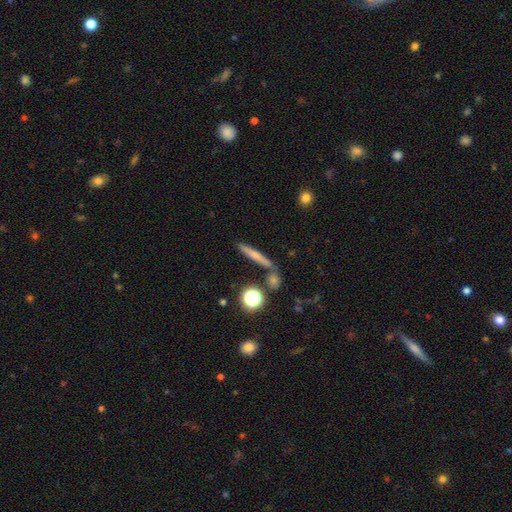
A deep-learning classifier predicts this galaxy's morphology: A smooth galaxy with no disk features (55%) that is cigar-shaped (85%).

Vote fractions:
- Smooth or featured? smooth: 55% / featured or disk: 33% / star or artifact: 12%
- How rounded? cigar-shaped: 85% / round: 8% / in between: 7%
- Merging? none: 78% / minor disturbance: 10% / merger: 9% / major disturbance: 3%